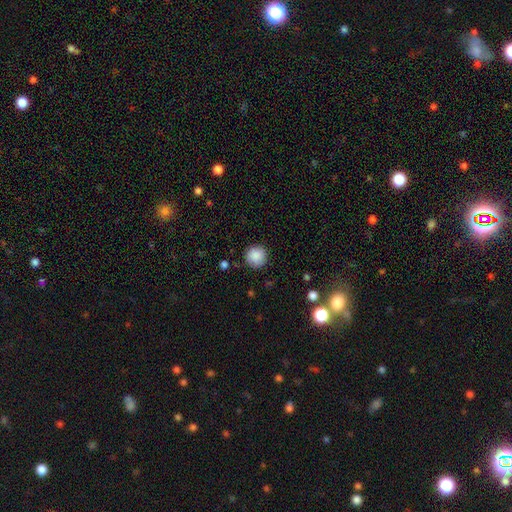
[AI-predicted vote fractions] Overall: smooth (87%). How rounded: round (94%). Merging: none (86%).